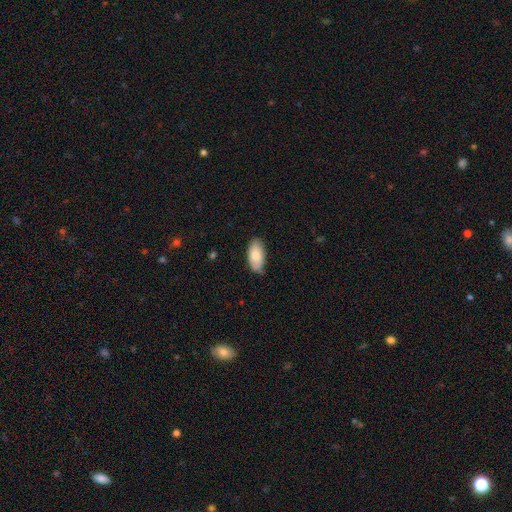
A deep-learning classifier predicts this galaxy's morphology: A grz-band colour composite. It shows a smooth galaxy with no disk features (84%) that is in between round and cigar-shaped (94%). Merging: none (78%).